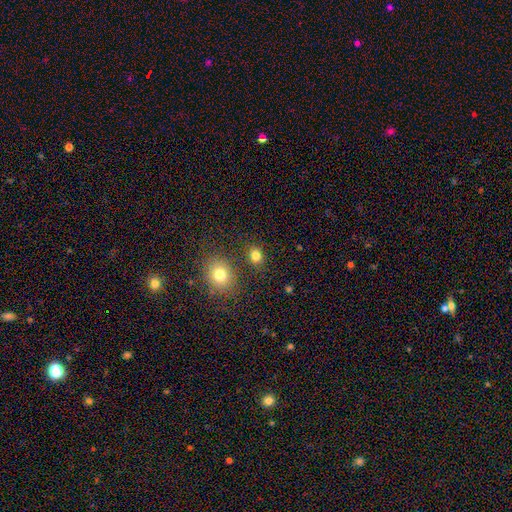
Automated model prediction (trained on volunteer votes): This is clearly a smooth galaxy (80%). How rounded: possibly round (57%). Merging: clearly none (80%).